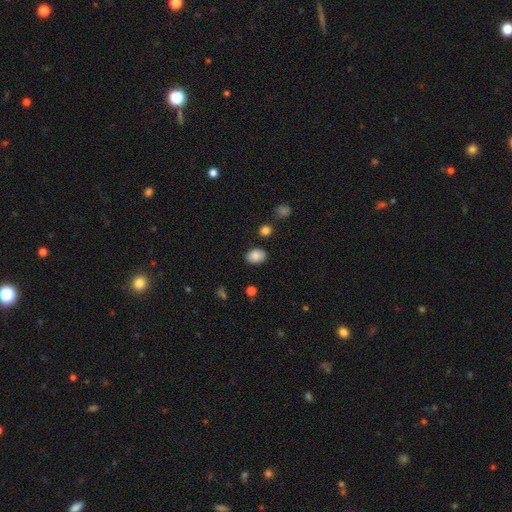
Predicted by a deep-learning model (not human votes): Q: Smooth or featured?
A: smooth (86%); runner-up: star or artifact (8%)
Q: How rounded?
A: in between (76%); runner-up: round (23%)
Q: Merging?
A: none (81%); runner-up: minor disturbance (13%)